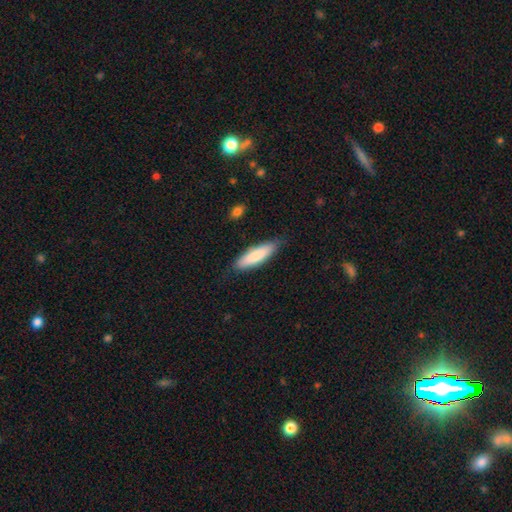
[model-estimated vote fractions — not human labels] smooth 82%, featured or disk 13%, star or artifact 5%. Down the decision tree: how rounded — cigar-shaped (60%); merging — none (82%).